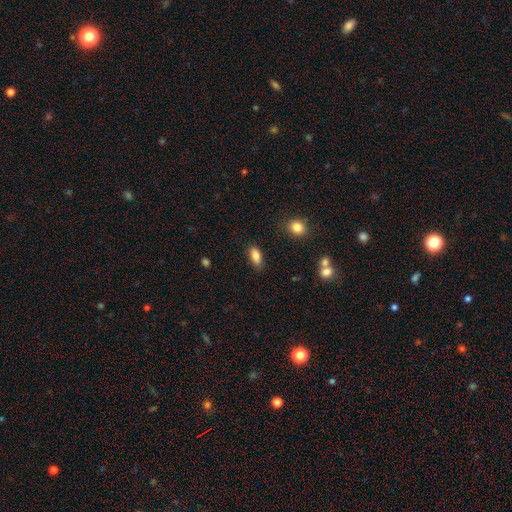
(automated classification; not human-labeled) Smooth or featured? Predicted: smooth (p=0.85). How rounded? Predicted: in between (p=0.88). Merging? Predicted: none (p=0.81).